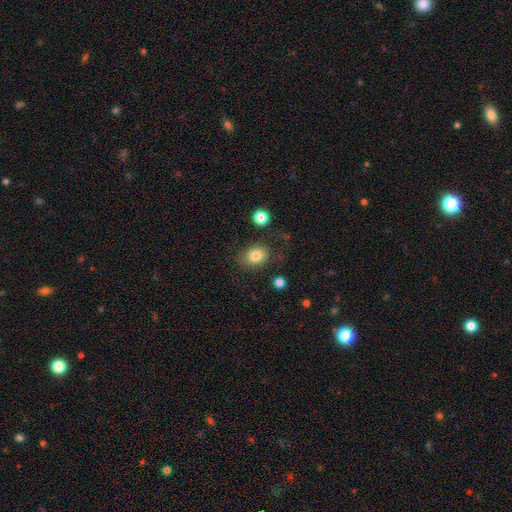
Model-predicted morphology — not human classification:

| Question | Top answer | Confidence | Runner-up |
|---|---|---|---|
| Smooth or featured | smooth | 82% | star or artifact (10%) |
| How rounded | in between | 55% | round (44%) |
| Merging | none | 77% | minor disturbance (15%) |